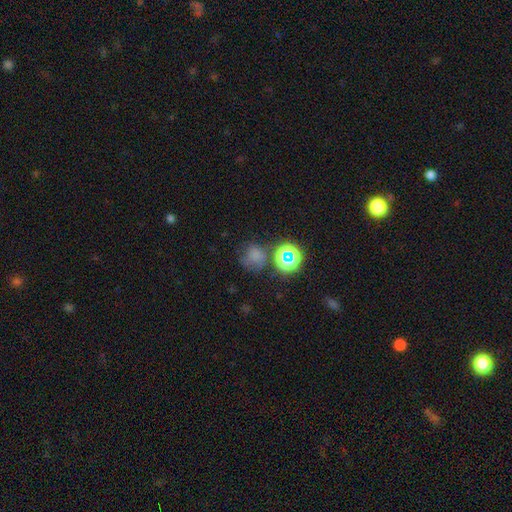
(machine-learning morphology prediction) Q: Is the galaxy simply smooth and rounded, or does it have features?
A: smooth — 61%.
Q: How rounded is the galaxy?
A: round — 83%.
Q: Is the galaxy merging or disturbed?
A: none — 58%.